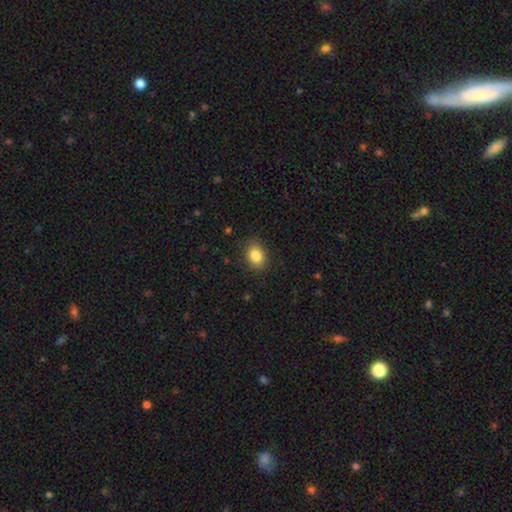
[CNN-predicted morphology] smooth_or_featured: smooth (p=0.85) [alt: star or artifact p=0.09]
how_rounded: in between (p=0.64) [alt: round p=0.35]
merging: none (p=0.87) [alt: minor disturbance p=0.10]